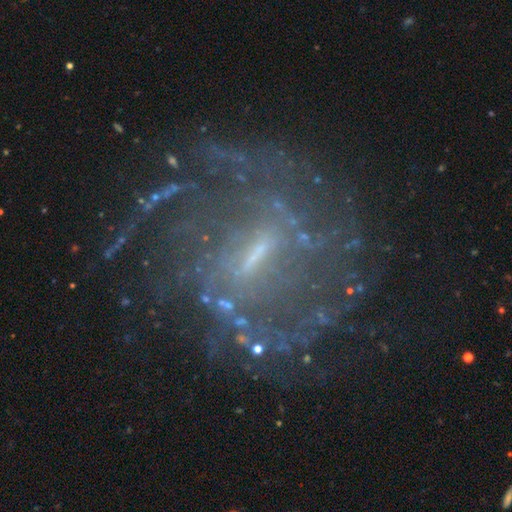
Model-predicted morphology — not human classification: This appears to be a featured or disk galaxy (82%) with a weak bar (51%), tight (46%) spiral arms (85%) and a small central bulge (55%). Merging: none (66%).